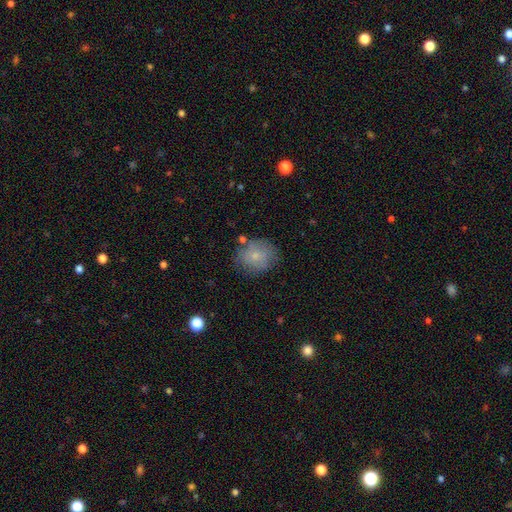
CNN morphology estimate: This is likely a smooth galaxy (68%). How rounded: likely round (69%). Merging: likely none (71%).